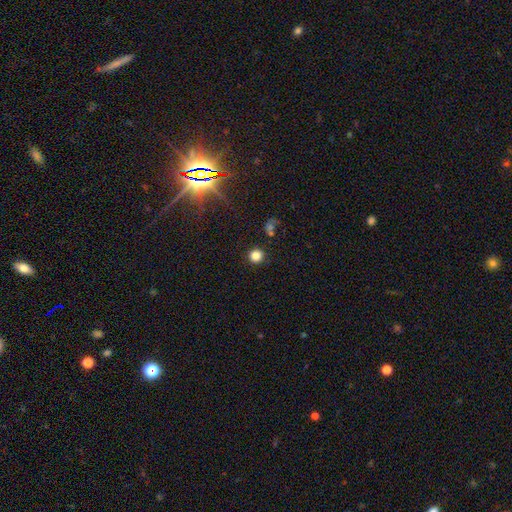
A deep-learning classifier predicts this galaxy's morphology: This appears to be a smooth galaxy with no disk features (81%) that is round (94%). Merging: none (88%).